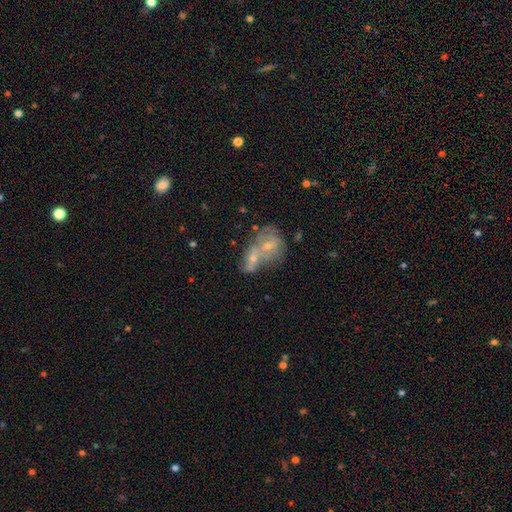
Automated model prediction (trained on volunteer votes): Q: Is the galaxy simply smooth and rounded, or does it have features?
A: featured or disk — 51%.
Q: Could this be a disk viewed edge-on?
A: no — 94%.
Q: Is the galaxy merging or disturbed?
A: merger — 65%.